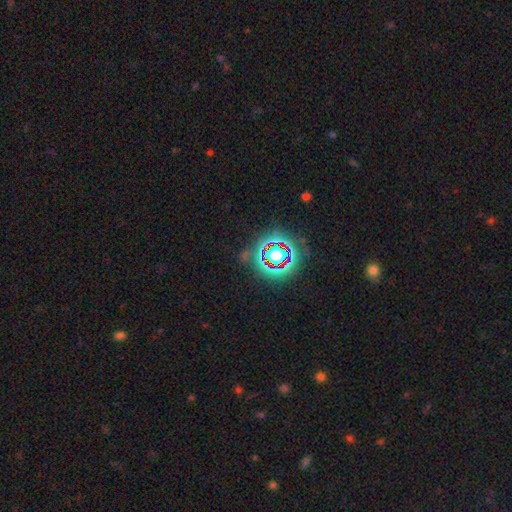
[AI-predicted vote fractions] A star or artifact, not a galaxy (73%).

Vote fractions:
- Smooth or featured? star or artifact: 73% / smooth: 16% / featured or disk: 11%